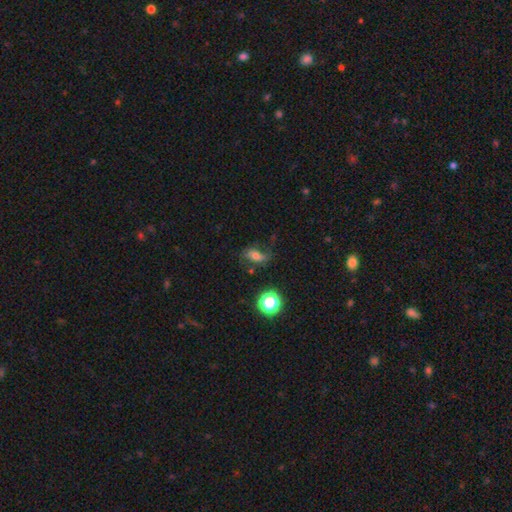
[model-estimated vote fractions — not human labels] Morphology: type=smooth (50%); merging=none (54%).